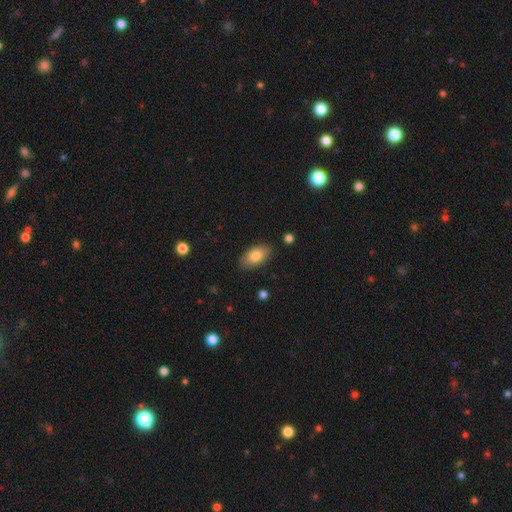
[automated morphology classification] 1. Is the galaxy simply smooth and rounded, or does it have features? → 80% smooth, 13% featured or disk, 7% star or artifact.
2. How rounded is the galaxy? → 92% in between, 4% round, 4% cigar-shaped.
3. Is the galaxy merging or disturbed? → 85% none, 11% minor disturbance, 2% major disturbance, 1% merger.